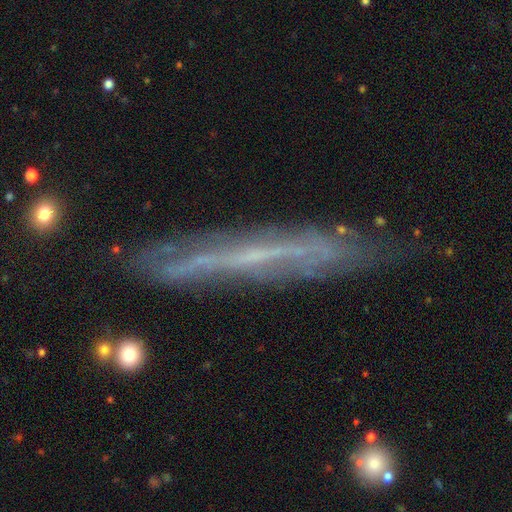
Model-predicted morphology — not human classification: Smooth or featured?
  - featured or disk: 68% *
  - smooth: 22%
  - star or artifact: 10%
Edge-on disk?
  - yes: 74% *
  - no: 26%
Edge-on bulge?
  - none: 81% *
  - rounded: 13%
  - boxy: 6%
Merging?
  - none: 73% *
  - minor disturbance: 19%
  - major disturbance: 6%
  - merger: 3%